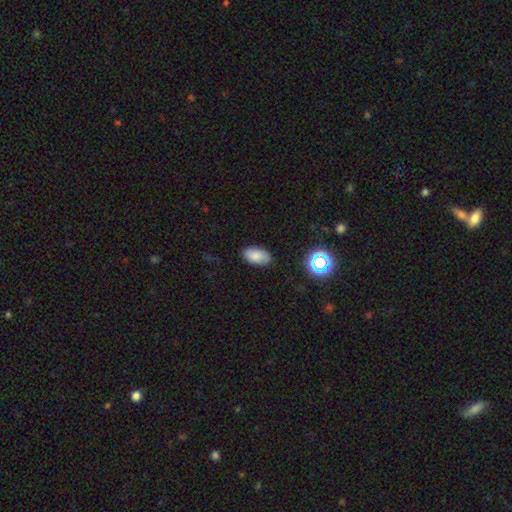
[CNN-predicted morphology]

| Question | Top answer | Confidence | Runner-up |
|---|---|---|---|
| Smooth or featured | smooth | 82% | star or artifact (11%) |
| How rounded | in between | 93% | round (5%) |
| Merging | none | 83% | minor disturbance (13%) |